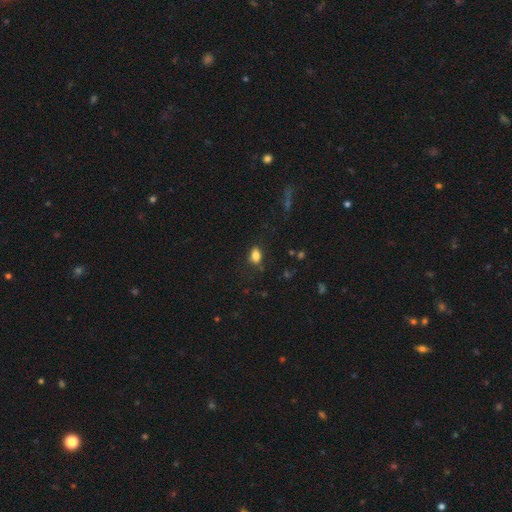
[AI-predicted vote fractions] Q: Smooth or featured?
A: smooth (83%); runner-up: star or artifact (11%)
Q: How rounded?
A: in between (78%); runner-up: round (19%)
Q: Merging?
A: none (79%); runner-up: minor disturbance (15%)